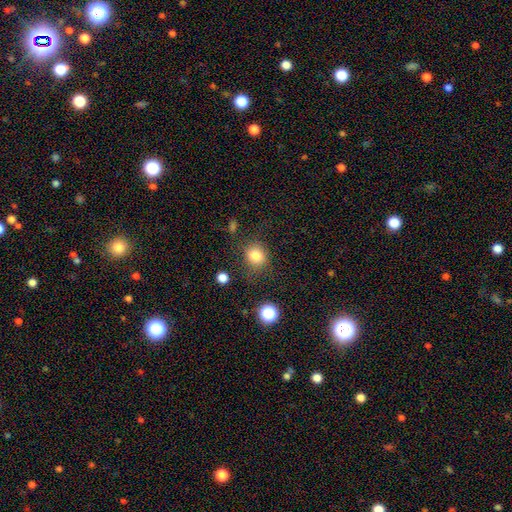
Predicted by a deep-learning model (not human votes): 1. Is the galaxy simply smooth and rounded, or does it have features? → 81% smooth, 12% star or artifact, 7% featured or disk.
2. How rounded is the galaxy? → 75% round, 24% in between, 1% cigar-shaped.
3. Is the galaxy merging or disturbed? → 77% none, 15% minor disturbance, 6% major disturbance, 3% merger.